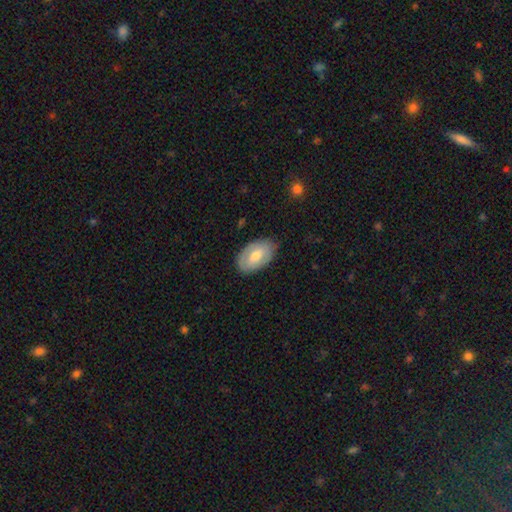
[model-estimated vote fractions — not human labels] Overall: smooth (57%; featured or disk 37%). How rounded: in between (92%). Merging: none (77%).